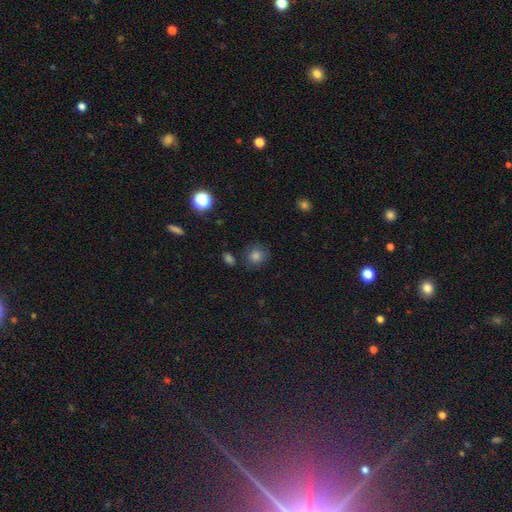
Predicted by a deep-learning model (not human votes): The model was most divided on "smooth or featured": smooth: 76%, star or artifact: 18%, featured or disk: 7%. More confident: how rounded — round (81%); merging — none (80%).